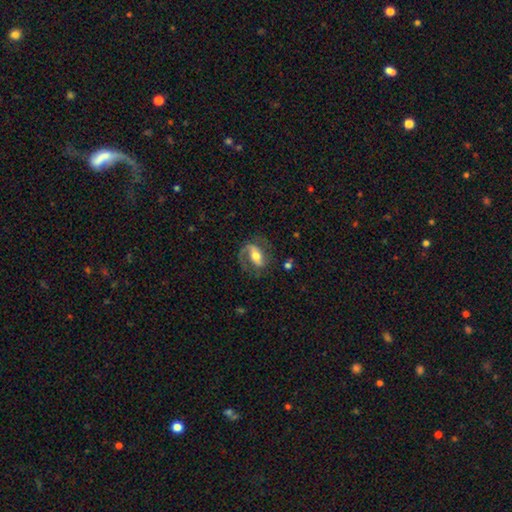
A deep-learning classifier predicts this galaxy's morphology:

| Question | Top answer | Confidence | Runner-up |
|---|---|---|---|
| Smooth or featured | featured or disk | 75% | smooth (19%) |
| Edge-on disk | no | 95% | yes (5%) |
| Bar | strong | 45% | weak (33%) |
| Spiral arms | yes | 89% | no (11%) |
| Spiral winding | medium | 49% | loose (27%) |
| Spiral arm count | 2 | 62% | 1 (31%) |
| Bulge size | moderate | 65% | small (18%) |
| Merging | none | 64% | minor disturbance (17%) |